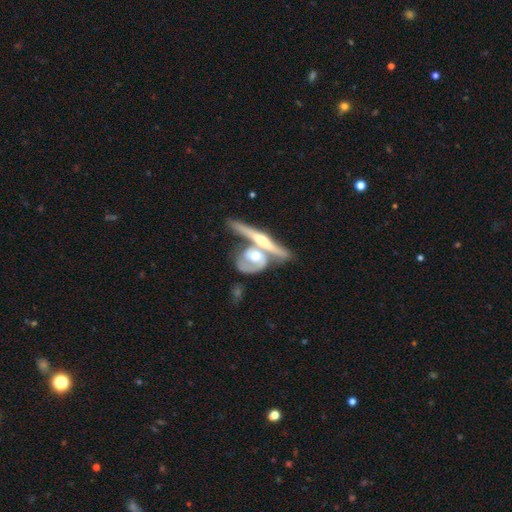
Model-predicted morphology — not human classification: featured or disk 73%, smooth 22%, star or artifact 5%. Down the decision tree: edge-on disk — yes (65%); merging — merger (50%).